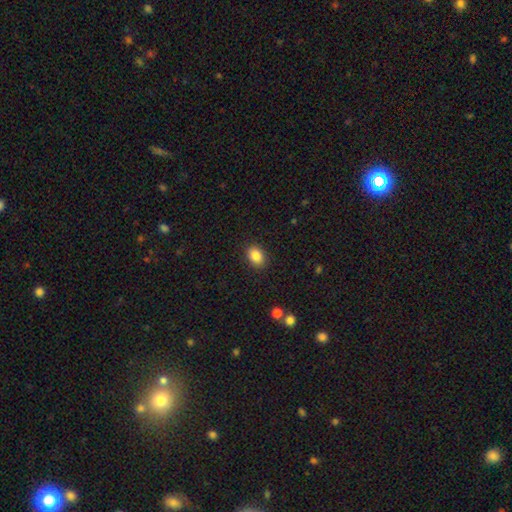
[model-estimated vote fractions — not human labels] This is clearly a smooth galaxy (86%). How rounded: likely in between (77%). Merging: clearly none (89%).